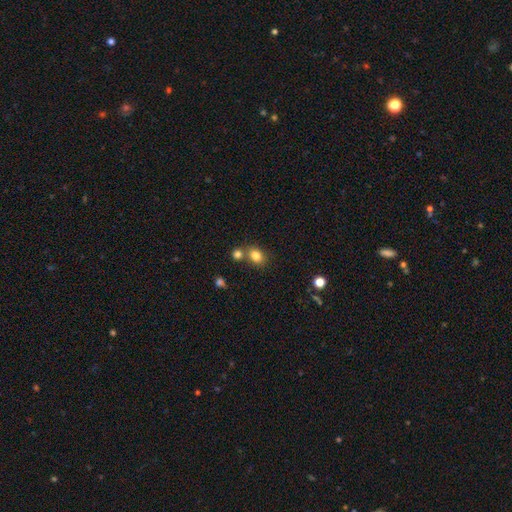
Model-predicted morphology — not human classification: The model was most divided on "how rounded": round: 52%, in between: 47%, cigar-shaped: 1%. More confident: smooth or featured — smooth (81%); merging — none (61%).